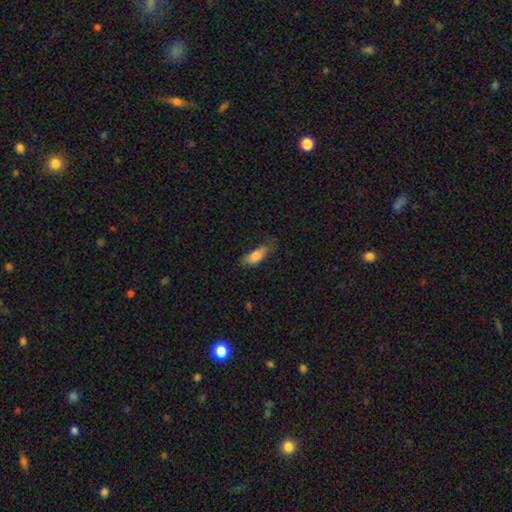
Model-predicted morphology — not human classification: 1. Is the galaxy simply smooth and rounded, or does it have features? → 80% smooth, 12% featured or disk, 8% star or artifact.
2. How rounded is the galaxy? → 72% in between, 25% cigar-shaped, 3% round.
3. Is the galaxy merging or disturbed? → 51% none, 33% minor disturbance, 15% major disturbance, 2% merger.